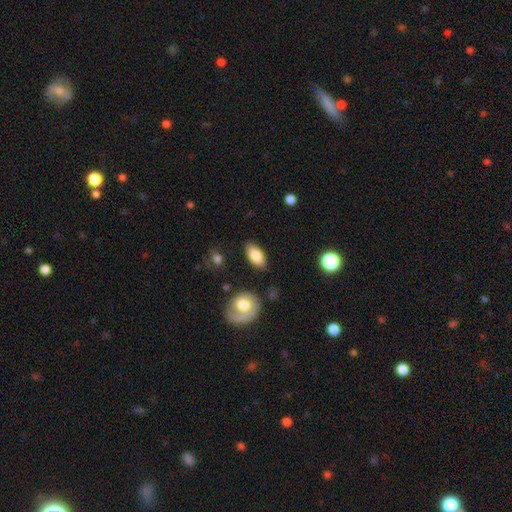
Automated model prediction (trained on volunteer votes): Smooth or featured? smooth (82%)
How rounded? in between (92%)
Merging? none (86%)